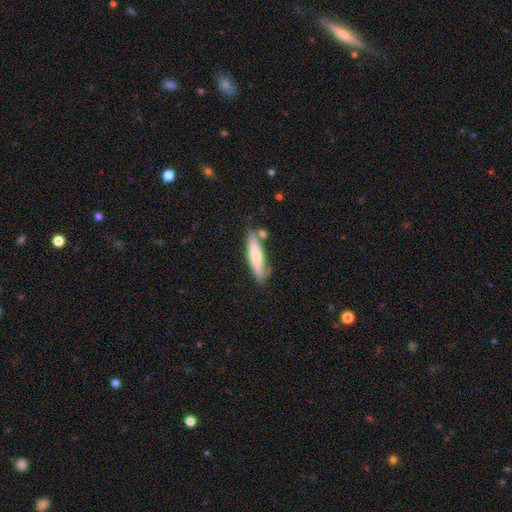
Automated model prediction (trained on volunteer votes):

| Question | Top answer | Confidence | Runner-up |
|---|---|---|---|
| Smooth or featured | smooth | 67% | featured or disk (27%) |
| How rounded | cigar-shaped | 75% | in between (24%) |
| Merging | none | 68% | minor disturbance (17%) |